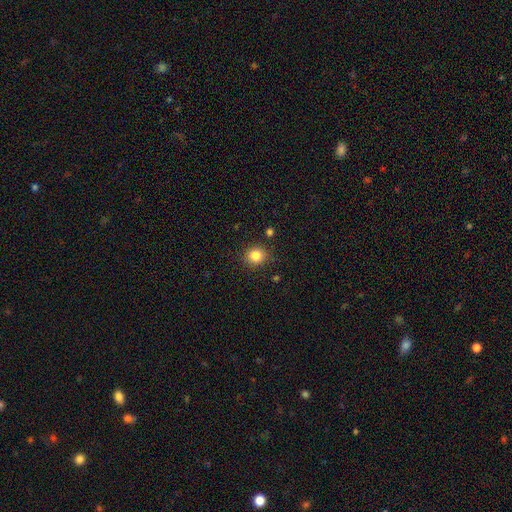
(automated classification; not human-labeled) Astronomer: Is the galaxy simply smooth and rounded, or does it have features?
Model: smooth — 84%.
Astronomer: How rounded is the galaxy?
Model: round — 86%.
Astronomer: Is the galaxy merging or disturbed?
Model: none — 87%.